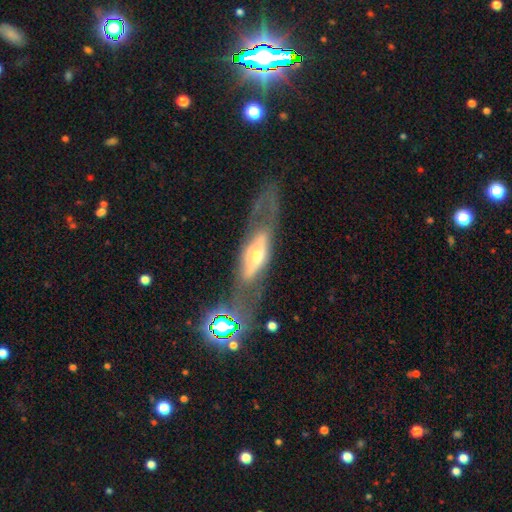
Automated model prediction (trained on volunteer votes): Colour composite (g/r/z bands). It shows a featured or disk galaxy (66%). Merging: none (55%).